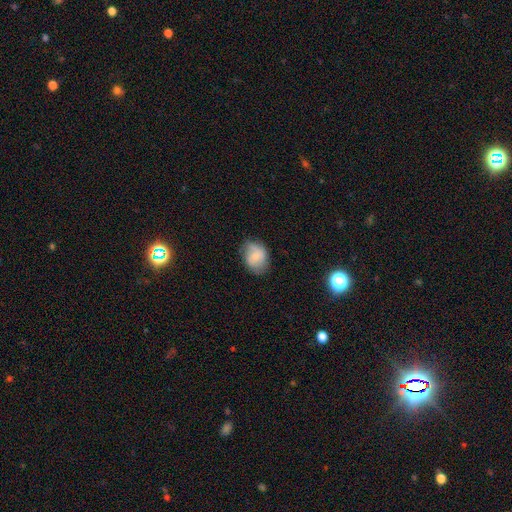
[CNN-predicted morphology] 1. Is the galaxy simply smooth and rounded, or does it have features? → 66% smooth, 26% featured or disk, 8% star or artifact.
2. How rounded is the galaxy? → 61% in between, 38% round, 1% cigar-shaped.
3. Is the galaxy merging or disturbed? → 70% none, 23% minor disturbance, 6% major disturbance, 1% merger.